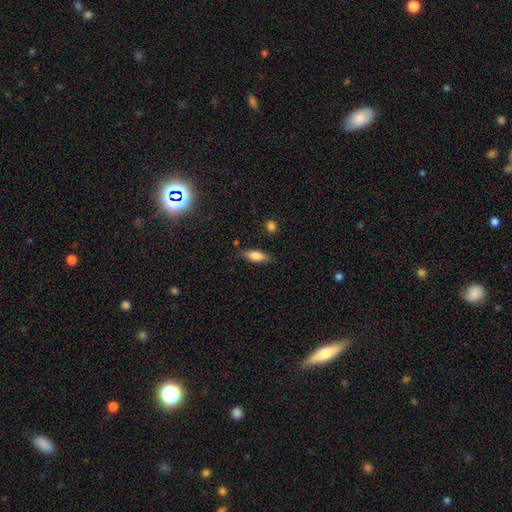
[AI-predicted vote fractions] Smooth or featured?
  - smooth: 77% *
  - featured or disk: 16%
  - star or artifact: 7%
How rounded?
  - in between: 68% *
  - cigar-shaped: 29%
  - round: 3%
Merging?
  - none: 81% *
  - minor disturbance: 14%
  - major disturbance: 3%
  - merger: 2%